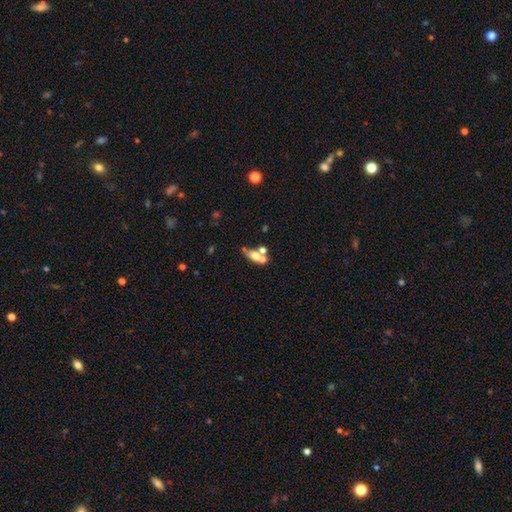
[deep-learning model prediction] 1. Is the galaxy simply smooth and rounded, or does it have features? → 55% smooth, 32% featured or disk, 13% star or artifact.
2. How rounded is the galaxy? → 66% in between, 18% round, 16% cigar-shaped.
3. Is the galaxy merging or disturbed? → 46% merger, 36% none, 11% minor disturbance, 7% major disturbance.